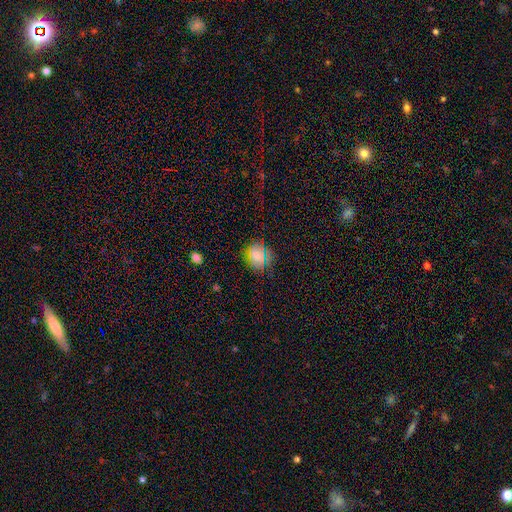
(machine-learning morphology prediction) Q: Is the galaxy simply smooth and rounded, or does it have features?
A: smooth — 71%.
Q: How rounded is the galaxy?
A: round — 68%.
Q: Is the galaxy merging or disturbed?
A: none — 80%.